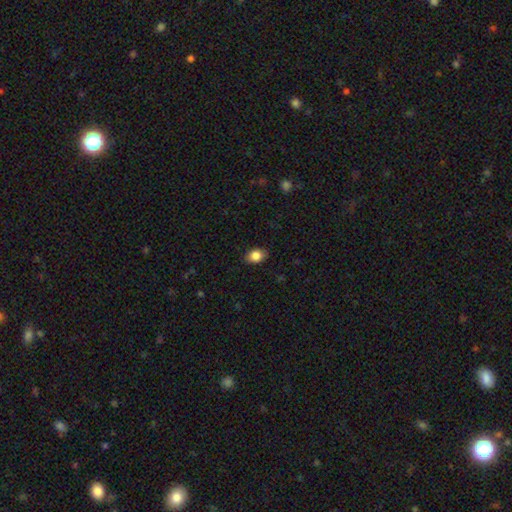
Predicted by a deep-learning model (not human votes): Smooth or featured?
  - smooth: 85% *
  - star or artifact: 9%
  - featured or disk: 7%
How rounded?
  - in between: 69% *
  - round: 30%
  - cigar-shaped: 1%
Merging?
  - none: 85% *
  - minor disturbance: 12%
  - major disturbance: 2%
  - merger: 1%